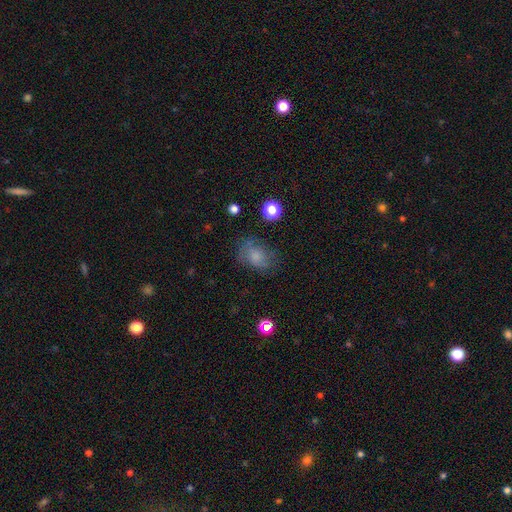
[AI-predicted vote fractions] Q: Smooth or featured?
A: smooth (65%); runner-up: featured or disk (22%)
Q: How rounded?
A: in between (71%); runner-up: round (28%)
Q: Merging?
A: none (60%); runner-up: minor disturbance (24%)